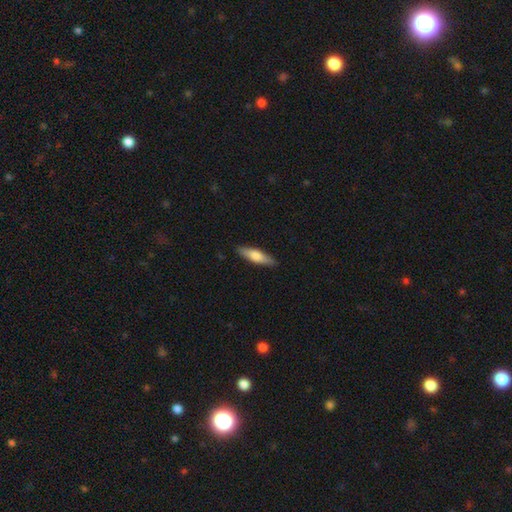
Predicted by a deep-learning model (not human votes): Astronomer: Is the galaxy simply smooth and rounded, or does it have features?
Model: smooth — 64%.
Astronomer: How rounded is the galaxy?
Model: cigar-shaped — 66%.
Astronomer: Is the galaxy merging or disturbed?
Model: none — 89%.